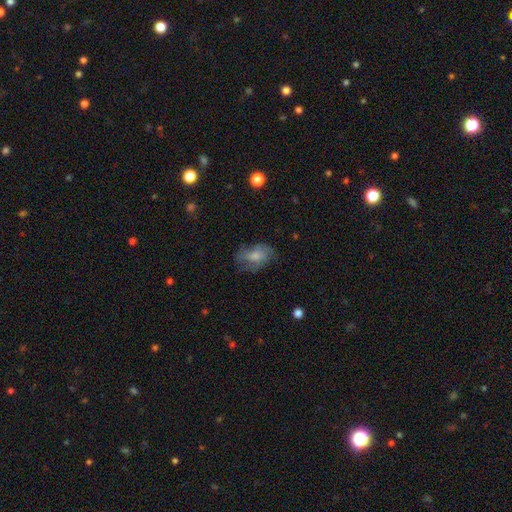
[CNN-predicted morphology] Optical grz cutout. It shows a smooth galaxy with no disk features (62%) that is in between round and cigar-shaped (84%). Merging: none (51%).